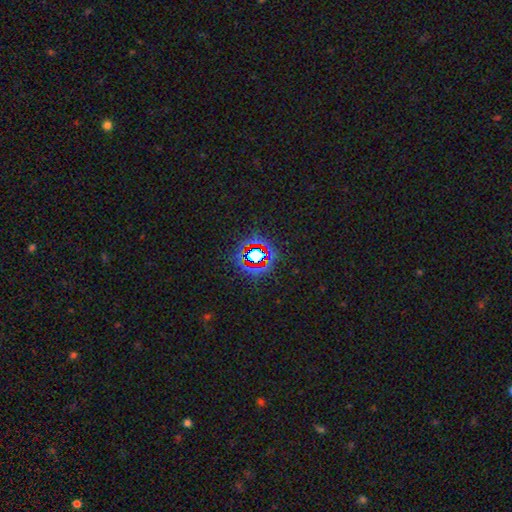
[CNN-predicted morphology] Smooth or featured? Predicted: star or artifact (p=0.75).